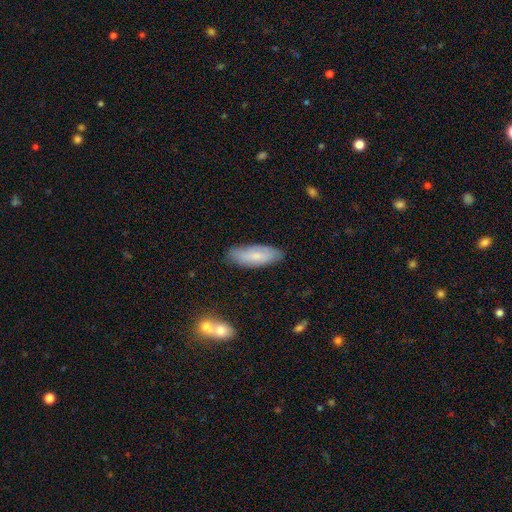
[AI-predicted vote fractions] Overall: smooth (70%). How rounded: in between (68%; cigar-shaped 30%). Merging: none (80%).